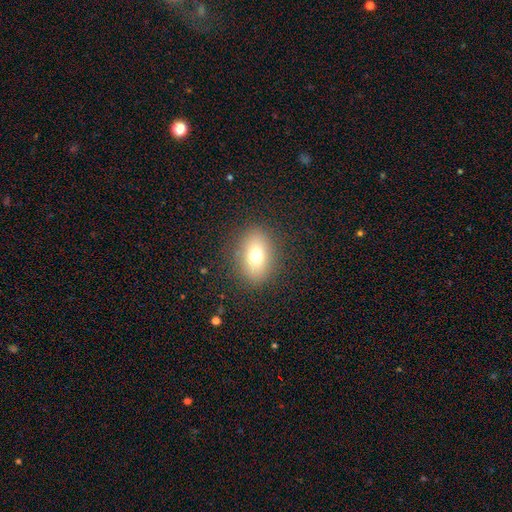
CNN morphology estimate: A smooth galaxy with no disk features (74%) that is in between round and cigar-shaped (73%).

Vote fractions:
- Smooth or featured? smooth: 74% / featured or disk: 14% / star or artifact: 12%
- How rounded? in between: 73% / round: 25% / cigar-shaped: 2%
- Merging? none: 86% / minor disturbance: 9% / major disturbance: 4% / merger: 1%